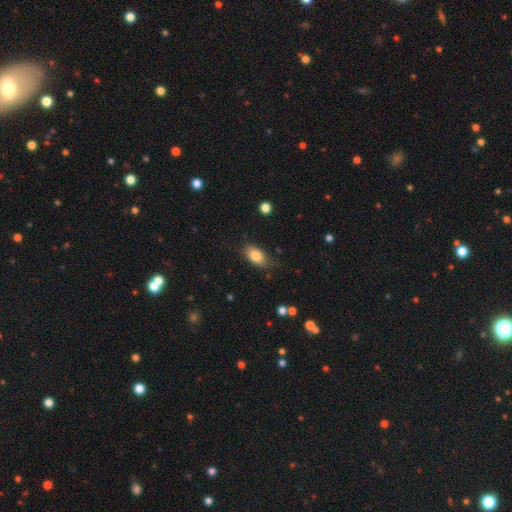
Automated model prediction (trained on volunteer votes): smooth-or-featured: smooth: 83% | featured or disk: 10% | star or artifact: 8%
  how-rounded: in between: 90% | round: 6% | cigar-shaped: 4%
  merging: none: 72% | minor disturbance: 21% | major disturbance: 5% | merger: 2%